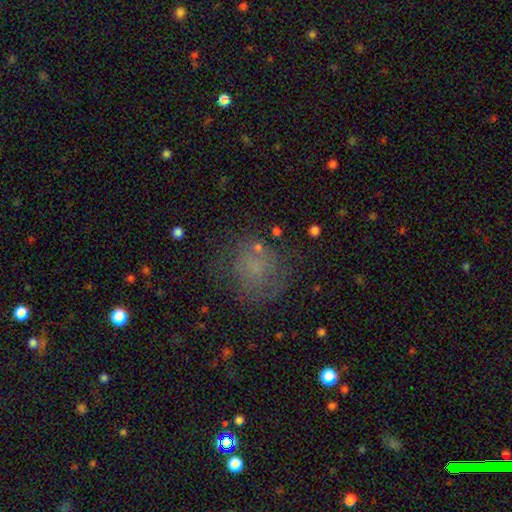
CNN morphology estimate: smooth_or_featured: smooth (p=0.57) [alt: featured or disk p=0.25]
how_rounded: round (p=0.78) [alt: in between p=0.21]
merging: none (p=0.63) [alt: minor disturbance p=0.19]